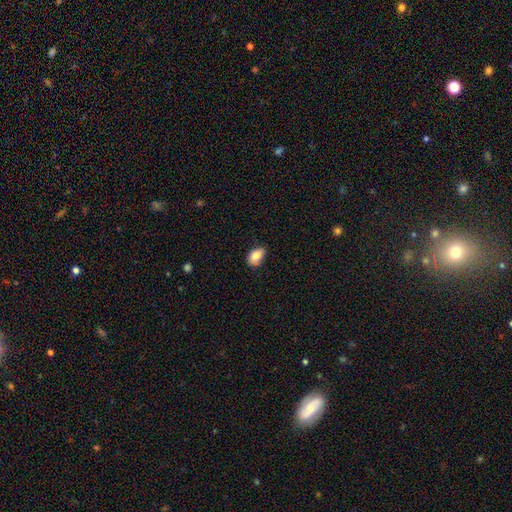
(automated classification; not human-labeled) Smooth or featured? smooth (83%)
How rounded? in between (88%)
Merging? none (72%)